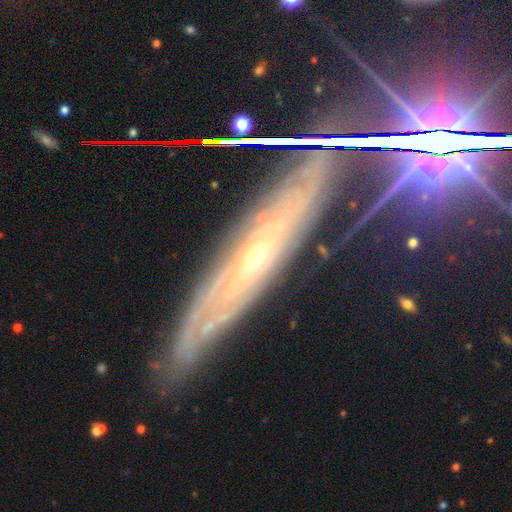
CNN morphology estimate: smooth-or-featured: featured or disk: 70% | star or artifact: 19% | smooth: 11%
  disk-edge-on: yes: 56% | no: 44%
  merging: none: 81% | minor disturbance: 14% | major disturbance: 4% | merger: 2%